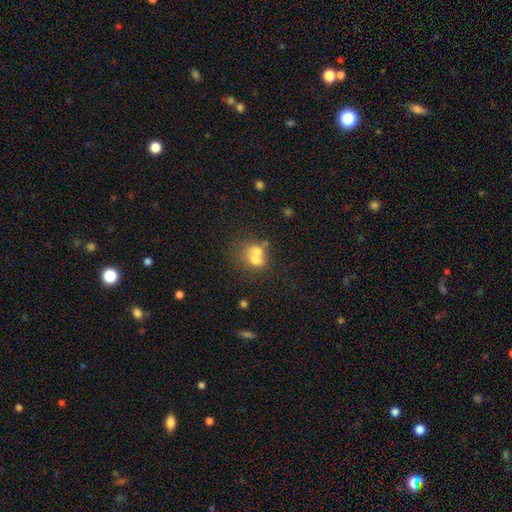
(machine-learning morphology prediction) type=smooth (64%); roundness=round (62%); merging=merger (61%).